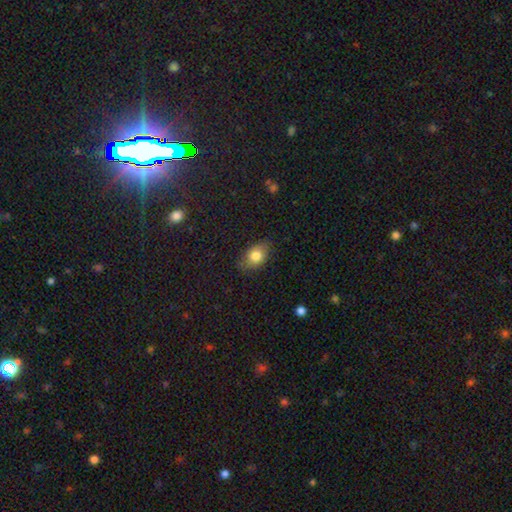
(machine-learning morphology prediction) Overall: smooth (80%). How rounded: in between (82%). Merging: none (79%).